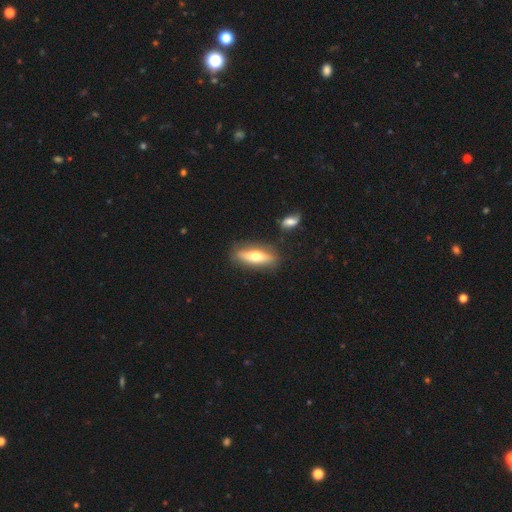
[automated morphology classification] Q: Smooth or featured?
A: smooth (54%); runner-up: featured or disk (40%)
Q: How rounded?
A: cigar-shaped (53%); runner-up: in between (44%)
Q: Merging?
A: none (82%); runner-up: minor disturbance (11%)